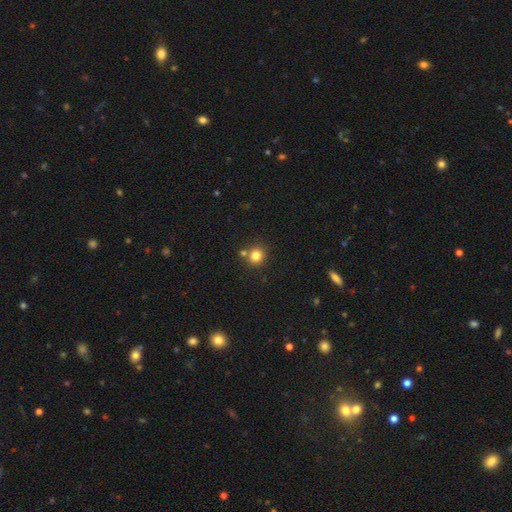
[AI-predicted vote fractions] The model was most divided on "merging": none: 74%, merger: 15%, minor disturbance: 9%, major disturbance: 3%. More confident: how rounded — round (88%); smooth or featured — smooth (81%).